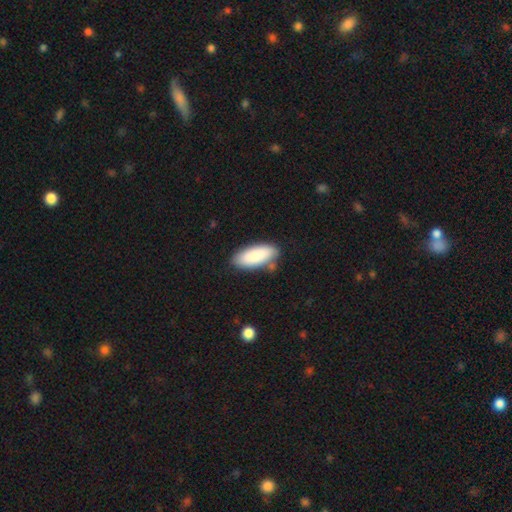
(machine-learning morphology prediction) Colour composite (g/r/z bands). It shows a smooth galaxy with no disk features (86%) that is in between round and cigar-shaped (81%). Merging: none (76%).